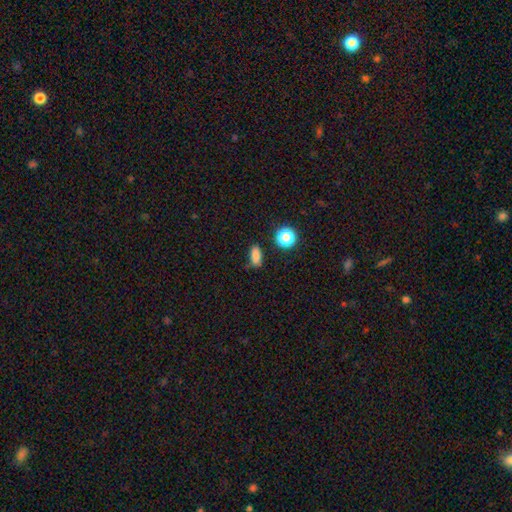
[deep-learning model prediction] Q: Smooth or featured?
A: smooth (82%); runner-up: star or artifact (13%)
Q: How rounded?
A: in between (77%); runner-up: cigar-shaped (12%)
Q: Merging?
A: none (77%); runner-up: minor disturbance (16%)